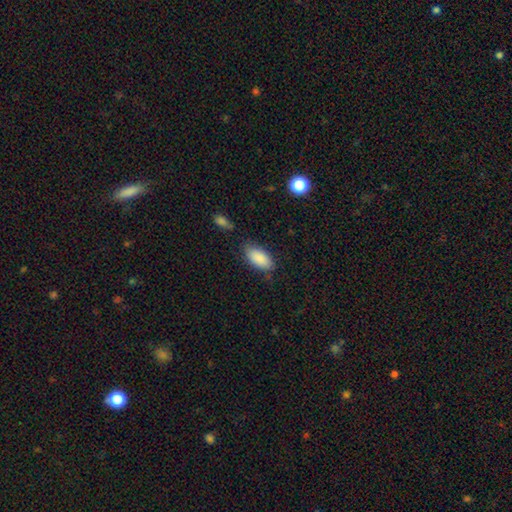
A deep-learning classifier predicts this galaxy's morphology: Smooth or featured: smooth — 88% (star or artifact — 7%)
How rounded: in between — 92% (cigar-shaped — 5%)
Merging: none — 76% (minor disturbance — 18%)